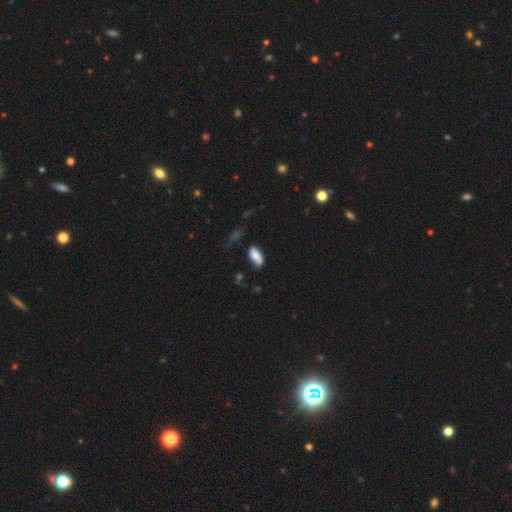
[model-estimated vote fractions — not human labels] A smooth galaxy with no disk features (80%) that is in between round and cigar-shaped (90%). Merging: none (53%).